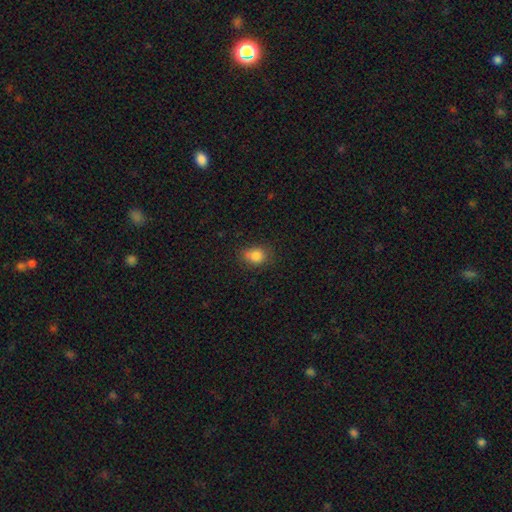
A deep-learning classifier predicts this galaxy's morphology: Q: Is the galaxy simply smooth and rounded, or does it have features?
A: smooth — 83%.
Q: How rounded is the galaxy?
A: round — 51%.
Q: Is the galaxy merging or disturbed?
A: none — 68%.